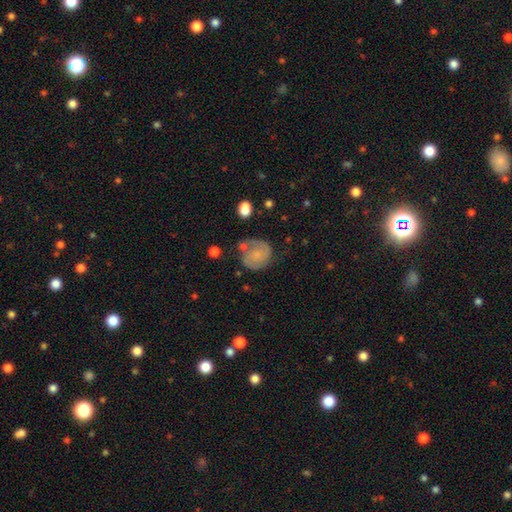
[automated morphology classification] This appears to be a featured or disk galaxy (57%) with no bar (72%), spiral arms (87%) and a small central bulge (53%). Merging: none (62%).